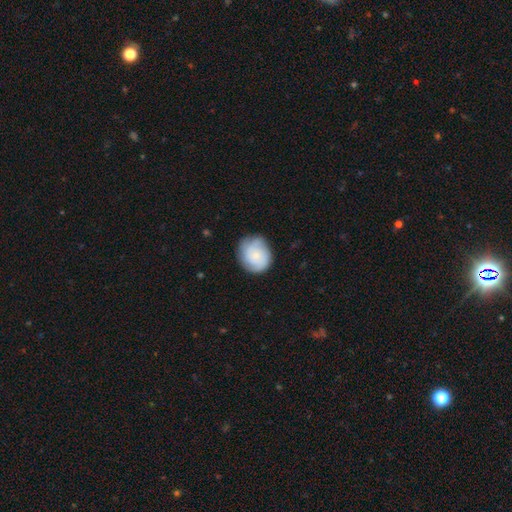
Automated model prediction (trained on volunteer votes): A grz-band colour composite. It shows a smooth galaxy with no disk features (53%) that is round (72%). Merging: none (72%).